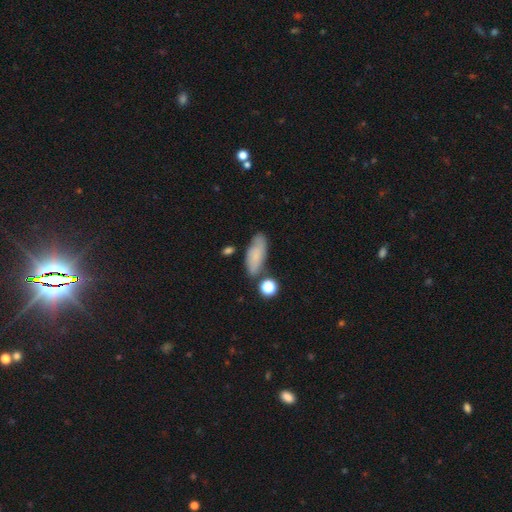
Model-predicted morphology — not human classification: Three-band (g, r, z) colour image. It shows a smooth galaxy with no disk features (75%) that is in between round and cigar-shaped (74%). Merging: none (70%).